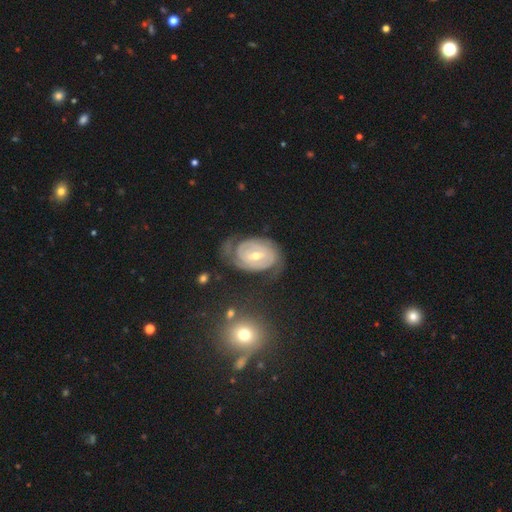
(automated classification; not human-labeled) Smooth or featured? featured or disk (83%)
Edge-on disk? no (96%)
Bar? weak (48%)
Spiral arms? yes (90%)
Spiral winding? tight (70%)
Spiral arm count? 2 (51%)
Bulge size? moderate (51%)
Merging? none (59%)